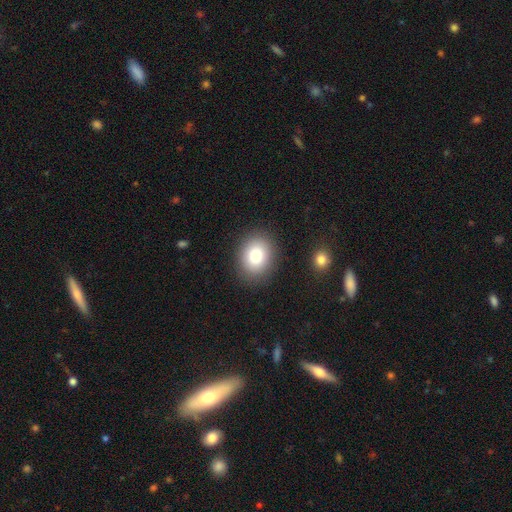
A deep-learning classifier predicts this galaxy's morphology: Q: Smooth or featured?
A: smooth (84%); runner-up: star or artifact (9%)
Q: How rounded?
A: in between (54%); runner-up: round (45%)
Q: Merging?
A: none (87%); runner-up: minor disturbance (8%)